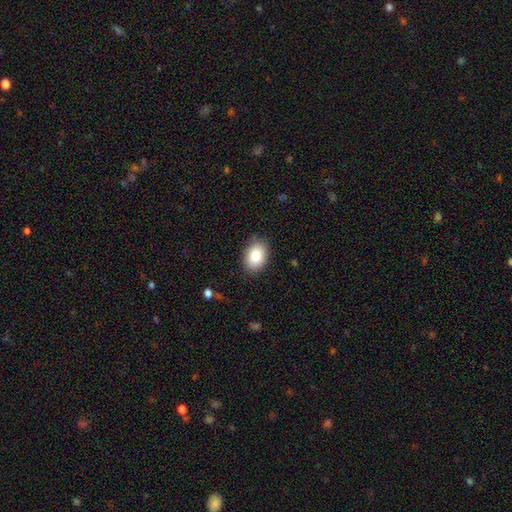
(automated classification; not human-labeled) This appears to be a smooth galaxy with no disk features (86%) that is in between round and cigar-shaped (80%). Merging: none (86%).